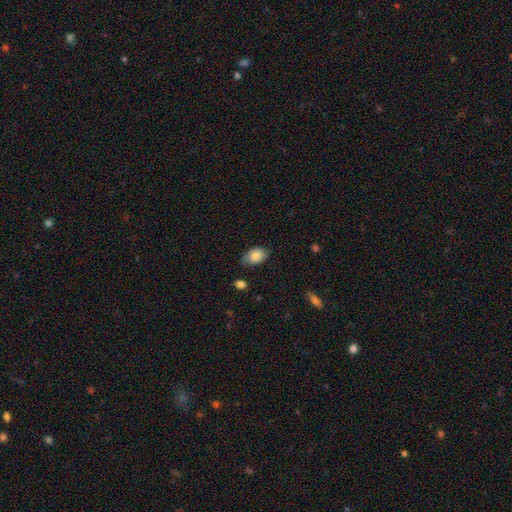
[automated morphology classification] smooth-or-featured: smooth: 80% | featured or disk: 13% | star or artifact: 7%
  how-rounded: in between: 87% | round: 12% | cigar-shaped: 1%
  merging: none: 71% | minor disturbance: 24% | major disturbance: 4% | merger: 2%